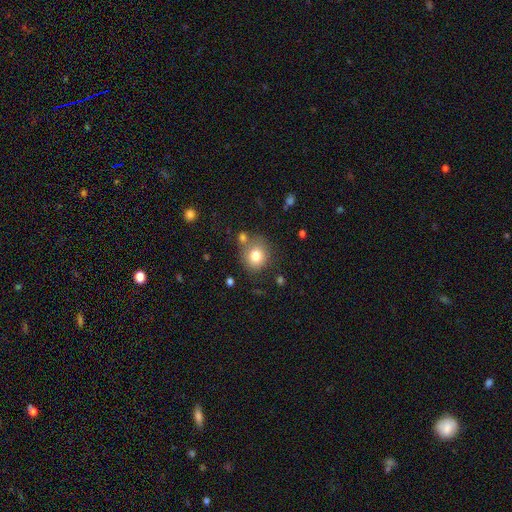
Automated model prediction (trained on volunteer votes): Overall: smooth (79%). How rounded: round (82%). Merging: none (68%).